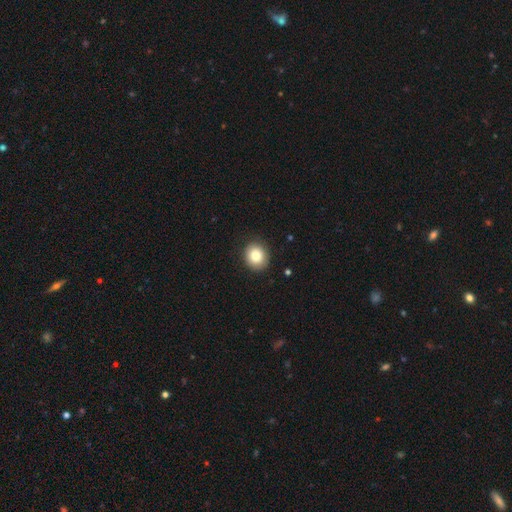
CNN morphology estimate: Smooth or featured: smooth — 83% (star or artifact — 9%)
How rounded: round — 76% (in between — 23%)
Merging: none — 88% (minor disturbance — 8%)